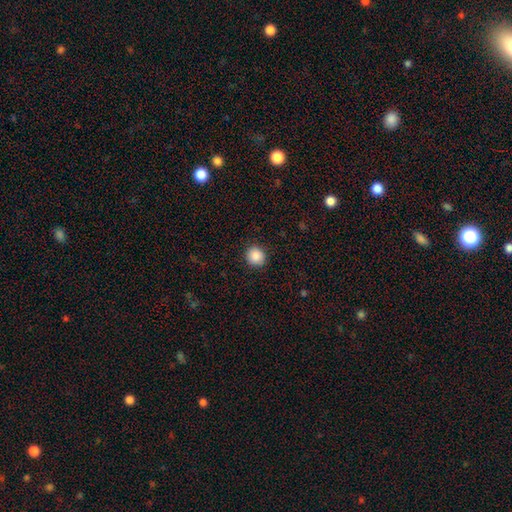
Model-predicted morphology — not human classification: Smooth or featured: smooth — 88% (star or artifact — 9%)
How rounded: round — 87% (in between — 12%)
Merging: none — 91% (minor disturbance — 6%)